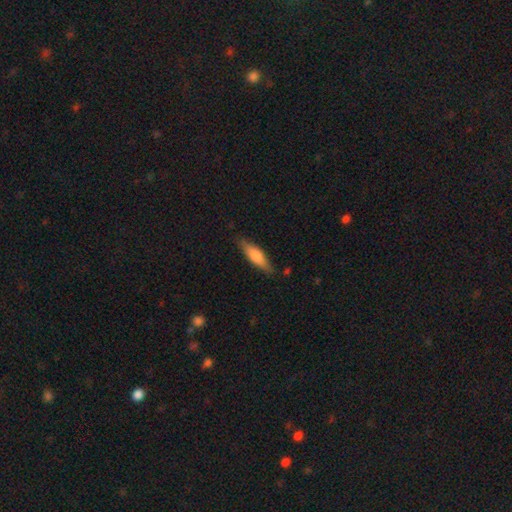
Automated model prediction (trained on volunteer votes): Smooth or featured? Predicted: smooth (p=0.71). How rounded? Predicted: cigar-shaped (p=0.56). Merging? Predicted: none (p=0.81).